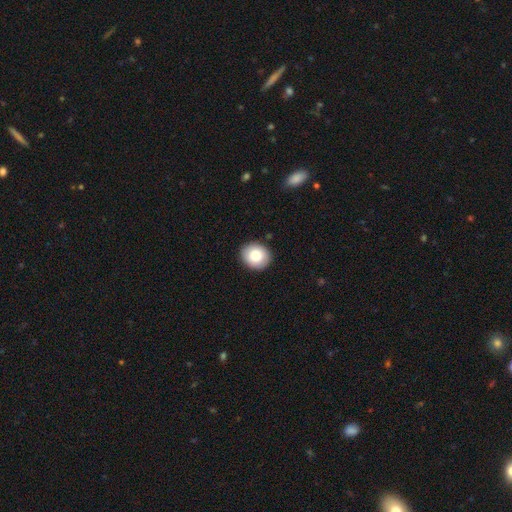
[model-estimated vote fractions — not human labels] smooth-or-featured: smooth: 83% | featured or disk: 9% | star or artifact: 8%
  how-rounded: round: 74% | in between: 25% | cigar-shaped: 1%
  merging: none: 90% | minor disturbance: 8% | major disturbance: 2% | merger: 1%